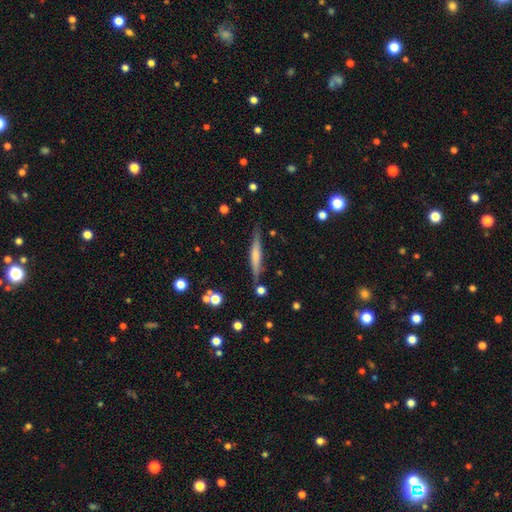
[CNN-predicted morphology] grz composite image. It shows a featured or disk galaxy (50%). Merging: none (82%).